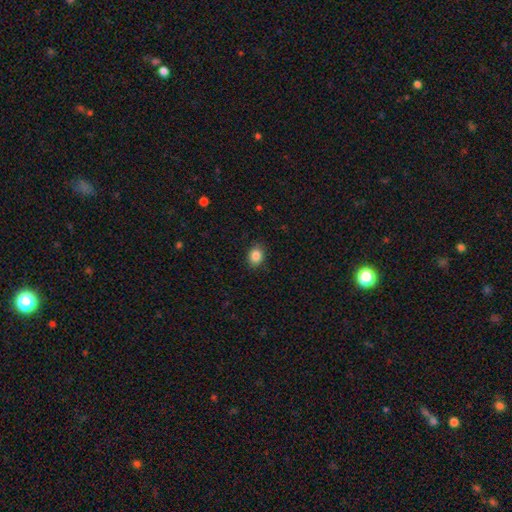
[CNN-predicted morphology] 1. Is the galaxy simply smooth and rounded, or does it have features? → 86% smooth, 9% star or artifact, 5% featured or disk.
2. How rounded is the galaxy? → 59% in between, 40% round, 1% cigar-shaped.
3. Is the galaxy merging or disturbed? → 88% none, 9% minor disturbance, 2% major disturbance, 1% merger.